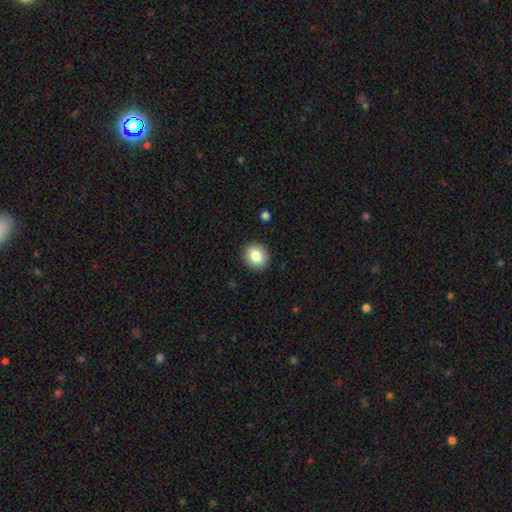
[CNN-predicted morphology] type=smooth (83%); roundness=round (77%); merging=none (91%).